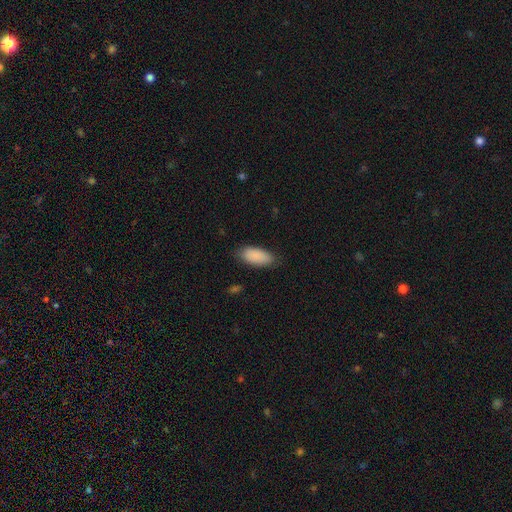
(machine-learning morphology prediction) type=smooth (89%); roundness=in between (89%); merging=none (80%).